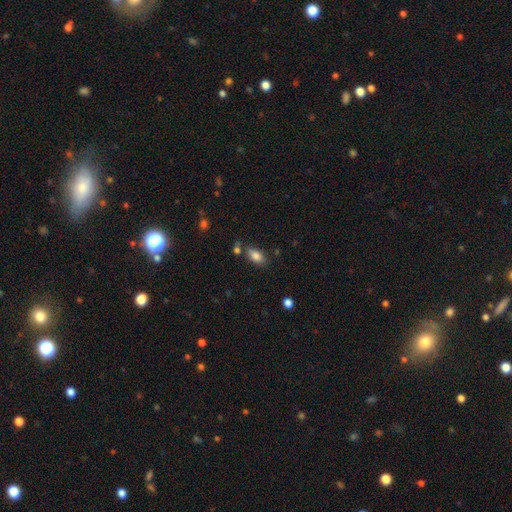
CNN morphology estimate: This appears to be a smooth galaxy with no disk features (84%) that is in between round and cigar-shaped (90%). Merging: none (70%).